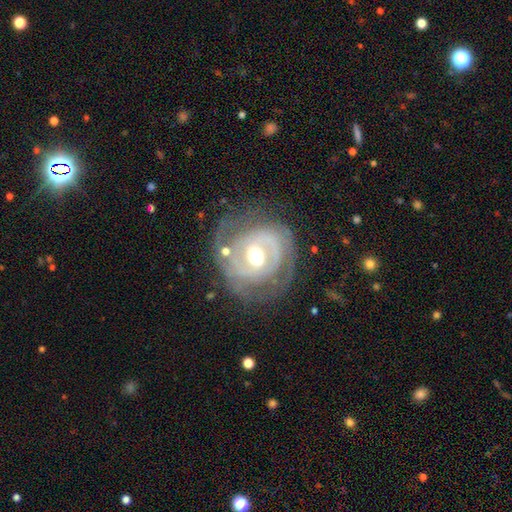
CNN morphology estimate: A featured or disk galaxy (84%) with a weak bar (46%), 2 (59%) tight (59%) spiral arms (89%) and a moderate central bulge (73%).

Vote fractions:
- Smooth or featured? featured or disk: 84% / smooth: 10% / star or artifact: 5%
- Edge-on disk? no: 97% / yes: 3%
- Bar? weak: 46% / no: 32% / strong: 22%
- Spiral arms? yes: 89% / no: 11%
- Spiral winding? tight: 59% / medium: 31% / loose: 10%
- Spiral arm count? 2: 59% / can't tell: 20% / 3: 10% / 1: 5% / 4: 3% / more than 4: 3%
- Bulge size? moderate: 73% / large: 13% / small: 12% / dominant: 1% / none: 1%
- Merging? none: 68% / minor disturbance: 18% / major disturbance: 11% / merger: 3%